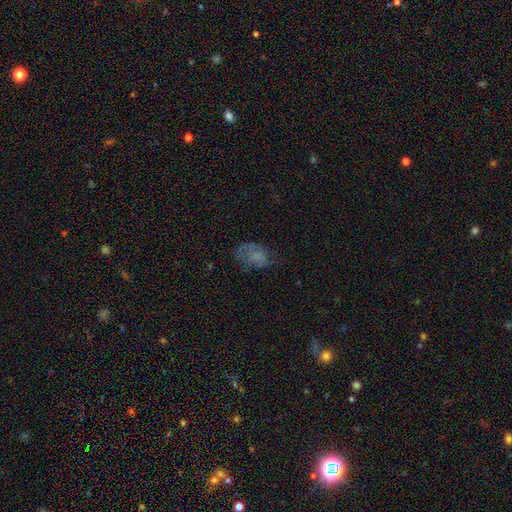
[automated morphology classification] Smooth or featured? Predicted: smooth (p=0.57). How rounded? Predicted: in between (p=0.82). Merging? Predicted: none (p=0.47).